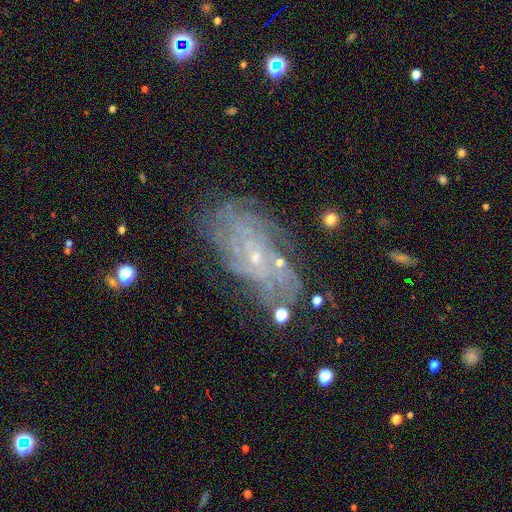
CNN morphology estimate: Q: Smooth or featured?
A: featured or disk (76%); runner-up: star or artifact (12%)
Q: Edge-on disk?
A: no (93%); runner-up: yes (7%)
Q: Bar?
A: no (68%); runner-up: weak (25%)
Q: Spiral arms?
A: yes (90%); runner-up: no (10%)
Q: Spiral winding?
A: tight (67%); runner-up: medium (25%)
Q: Spiral arm count?
A: can't tell (45%); runner-up: 4 (15%)
Q: Bulge size?
A: small (84%); runner-up: moderate (10%)
Q: Merging?
A: none (73%); runner-up: minor disturbance (17%)